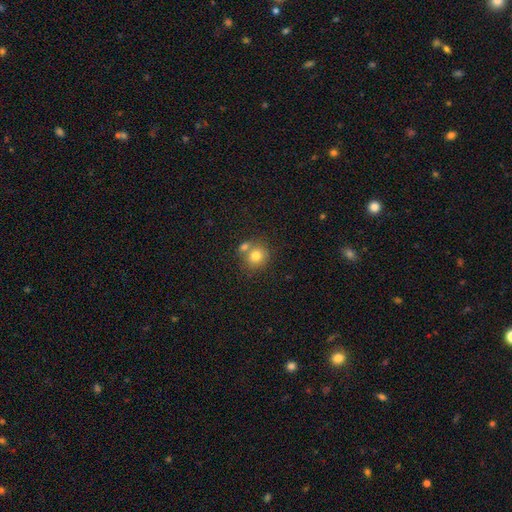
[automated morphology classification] Smooth or featured? smooth (79%)
How rounded? round (82%)
Merging? none (52%)